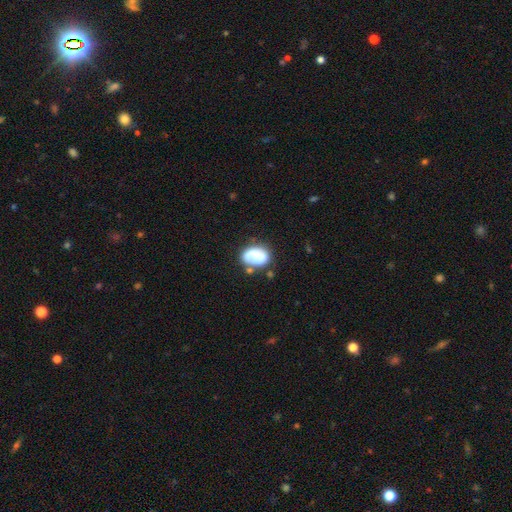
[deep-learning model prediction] Smooth or featured?
  - smooth: 63% *
  - featured or disk: 29%
  - star or artifact: 8%
How rounded?
  - in between: 76% *
  - round: 23%
  - cigar-shaped: 1%
Merging?
  - none: 57% *
  - minor disturbance: 24%
  - merger: 11%
  - major disturbance: 9%